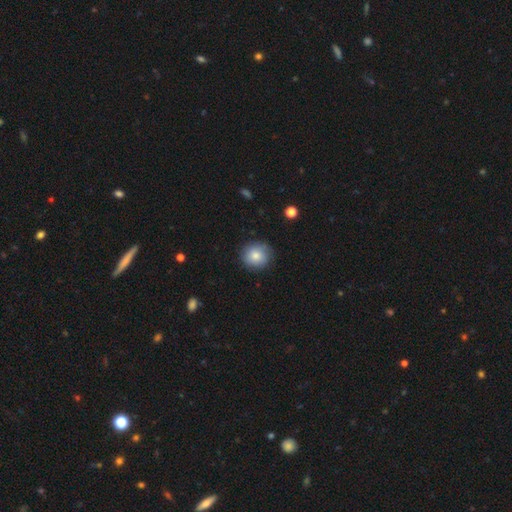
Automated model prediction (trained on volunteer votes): Morphology: type=smooth (79%); roundness=round (87%); merging=none (82%).